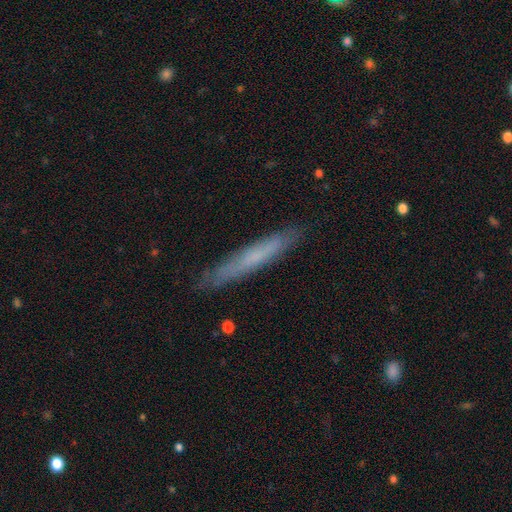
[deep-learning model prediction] Smooth or featured? Predicted: smooth (p=0.57). How rounded? Predicted: cigar-shaped (p=0.95). Merging? Predicted: none (p=0.86).